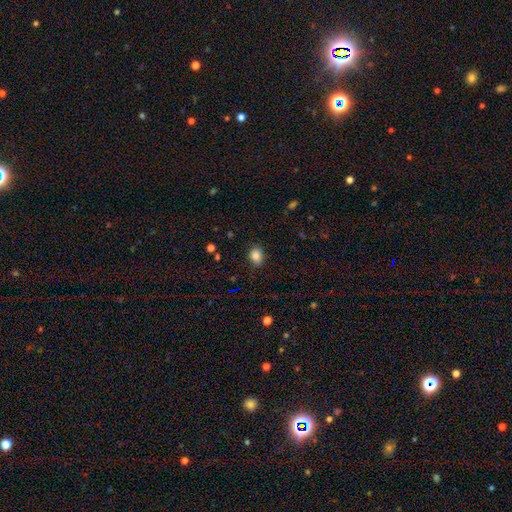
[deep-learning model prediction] This is clearly a smooth galaxy (85%). How rounded: likely in between (61%). Merging: clearly none (81%).